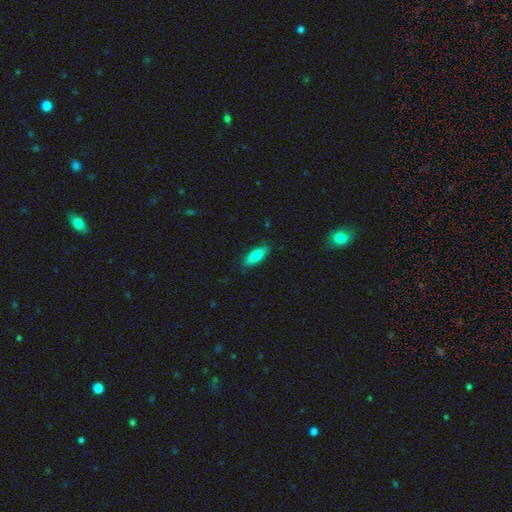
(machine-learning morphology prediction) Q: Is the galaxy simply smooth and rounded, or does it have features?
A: smooth — 84%.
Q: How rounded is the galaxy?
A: in between — 69%.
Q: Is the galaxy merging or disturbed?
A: none — 86%.